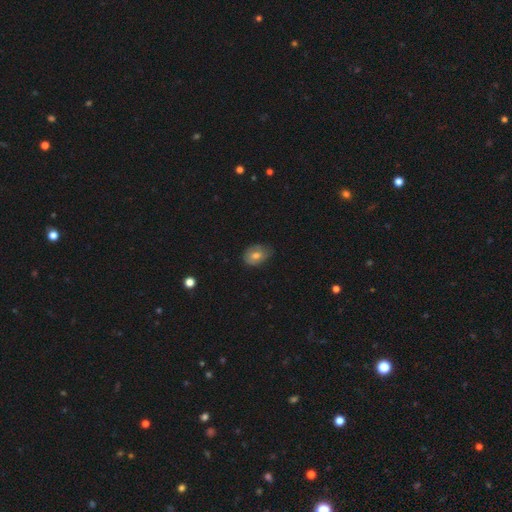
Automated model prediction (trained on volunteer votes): Smooth or featured? Predicted: smooth (p=0.67). How rounded? Predicted: in between (p=0.67). Merging? Predicted: none (p=0.58).